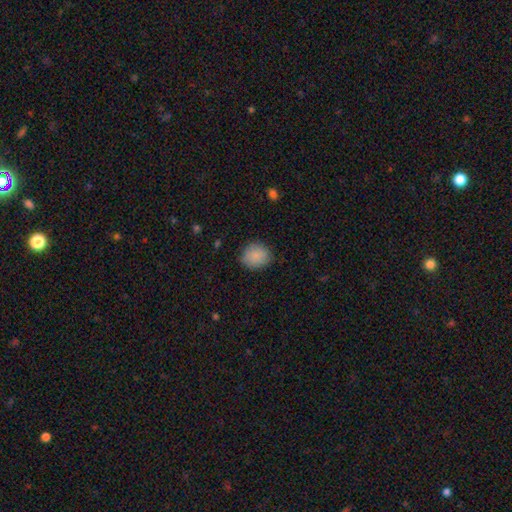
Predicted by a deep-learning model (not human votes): The model was most divided on "how rounded": round: 70%, in between: 29%, cigar-shaped: 1%. More confident: smooth or featured — smooth (87%); merging — none (83%).